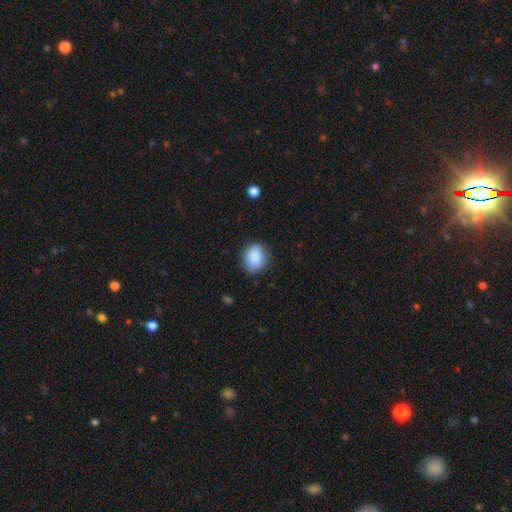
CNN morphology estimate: smooth 88%, star or artifact 7%, featured or disk 5%. Down the decision tree: how rounded — in between (54%); merging — none (78%).